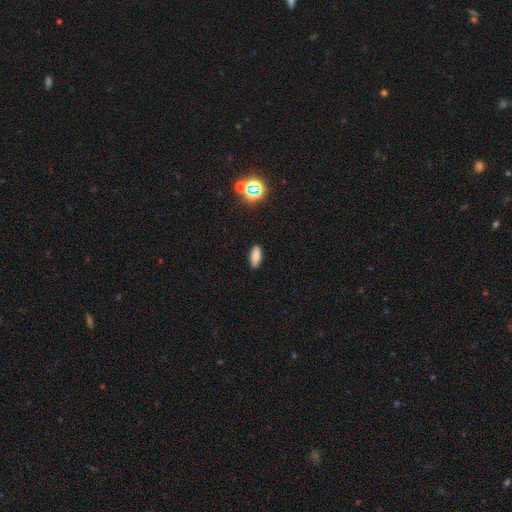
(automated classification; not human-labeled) smooth_or_featured: smooth (p=0.81) [alt: star or artifact p=0.11]
how_rounded: in between (p=0.80) [alt: cigar-shaped p=0.17]
merging: none (p=0.87) [alt: minor disturbance p=0.09]